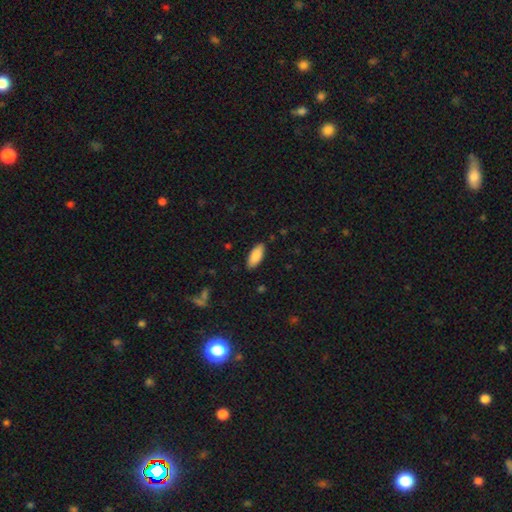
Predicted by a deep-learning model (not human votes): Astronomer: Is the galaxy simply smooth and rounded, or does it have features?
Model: smooth — 86%.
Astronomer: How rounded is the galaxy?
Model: in between — 84%.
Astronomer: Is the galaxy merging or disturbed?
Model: none — 87%.